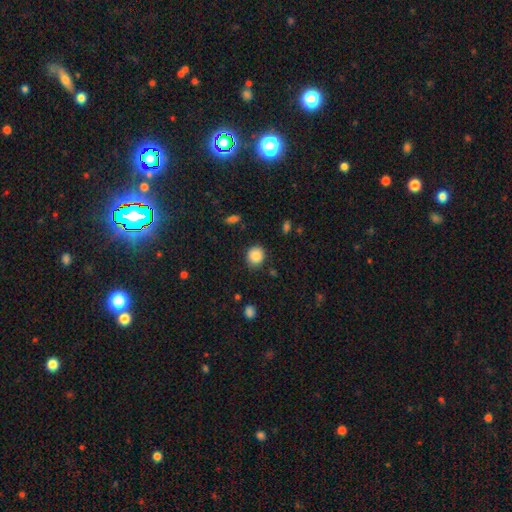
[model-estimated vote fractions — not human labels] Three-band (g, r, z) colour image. It shows a smooth galaxy with no disk features (86%) that is round (81%). Merging: none (85%).